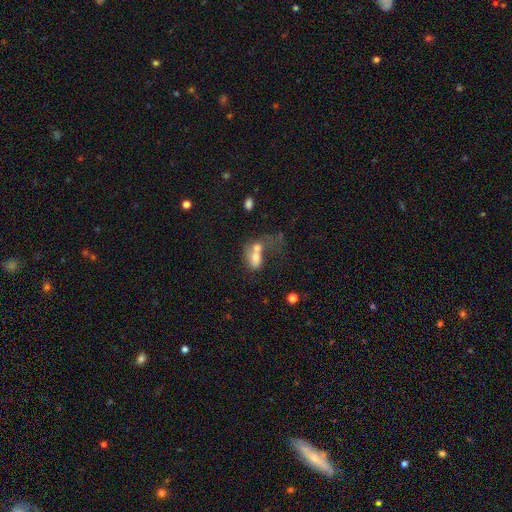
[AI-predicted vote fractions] smooth_or_featured: smooth (p=0.60) [alt: featured or disk p=0.29]
how_rounded: in between (p=0.75) [alt: round p=0.21]
merging: merger (p=0.69) [alt: major disturbance p=0.14]